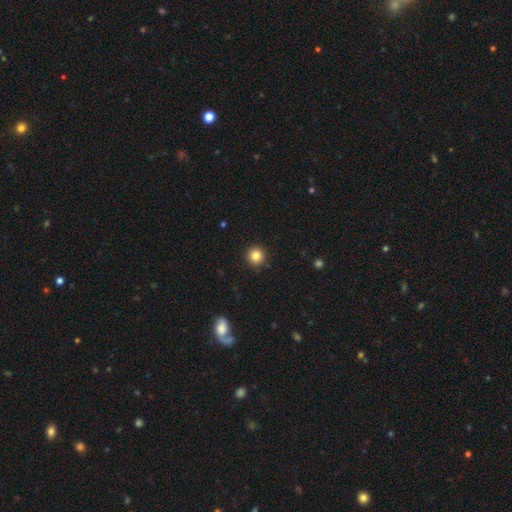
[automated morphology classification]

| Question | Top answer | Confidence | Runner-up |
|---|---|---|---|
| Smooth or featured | smooth | 84% | star or artifact (11%) |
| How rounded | round | 95% | in between (4%) |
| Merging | none | 92% | minor disturbance (5%) |